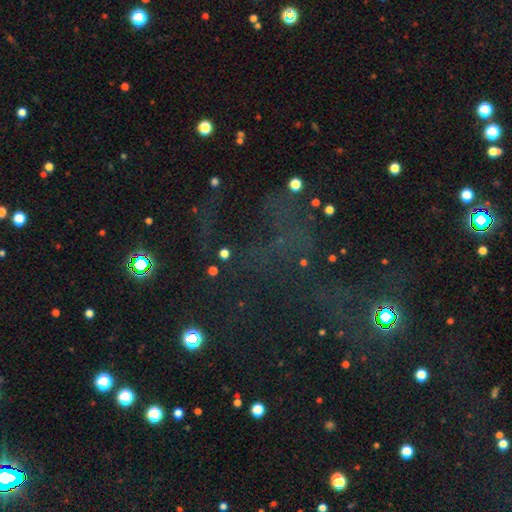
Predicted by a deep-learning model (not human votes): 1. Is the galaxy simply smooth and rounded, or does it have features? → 66% star or artifact, 20% smooth, 15% featured or disk.